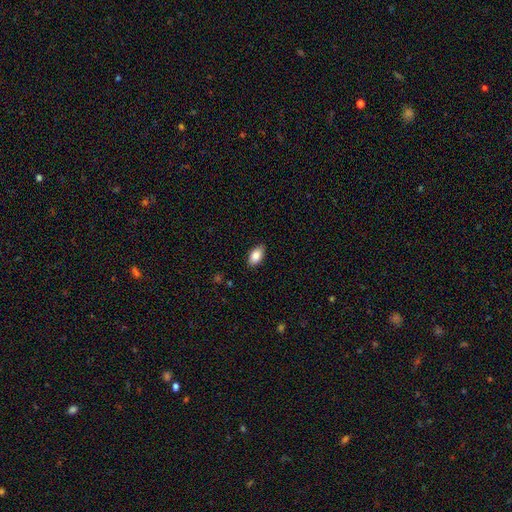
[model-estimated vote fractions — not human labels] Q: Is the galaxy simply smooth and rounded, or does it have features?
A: smooth — 86%.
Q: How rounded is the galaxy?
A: in between — 93%.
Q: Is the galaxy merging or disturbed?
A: none — 87%.